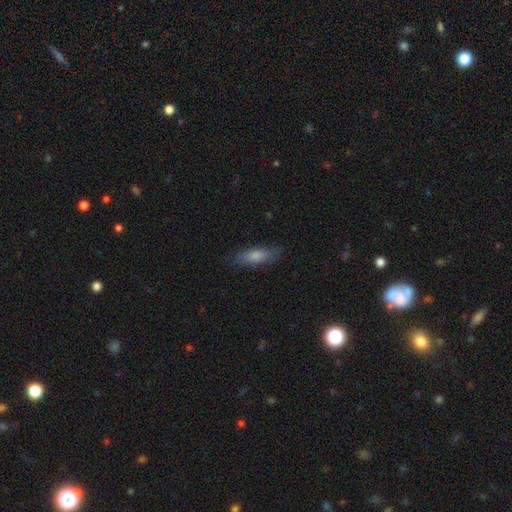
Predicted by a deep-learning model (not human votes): Smooth or featured?
  - smooth: 79% *
  - featured or disk: 14%
  - star or artifact: 7%
How rounded?
  - in between: 59% *
  - cigar-shaped: 38%
  - round: 2%
Merging?
  - none: 79% *
  - minor disturbance: 16%
  - major disturbance: 4%
  - merger: 1%